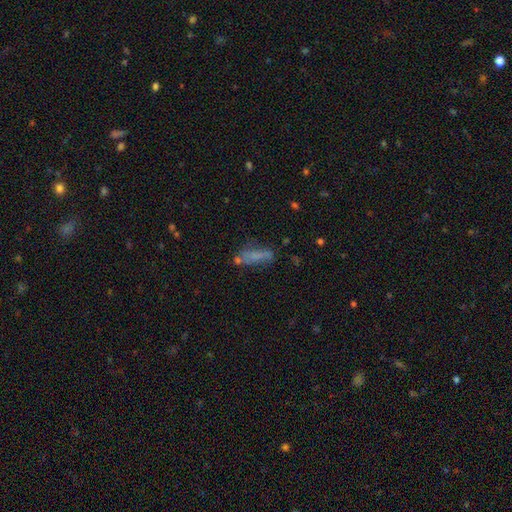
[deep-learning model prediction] smooth 55%, featured or disk 31%, star or artifact 14%. Down the decision tree: how rounded — cigar-shaped (50%); merging — none (46%).